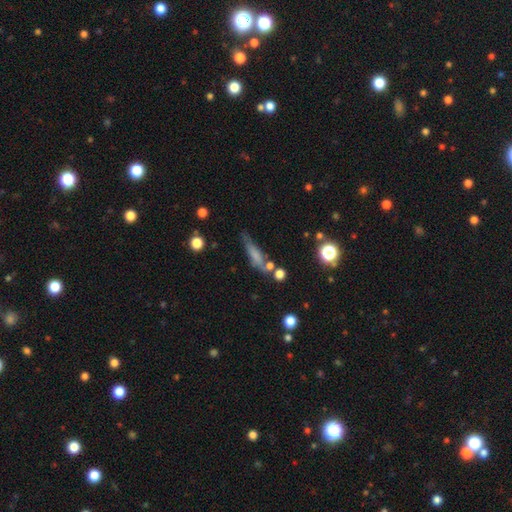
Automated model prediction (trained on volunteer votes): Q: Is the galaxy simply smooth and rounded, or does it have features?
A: smooth — 62%.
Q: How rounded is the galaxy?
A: cigar-shaped — 70%.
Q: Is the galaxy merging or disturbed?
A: none — 52%.